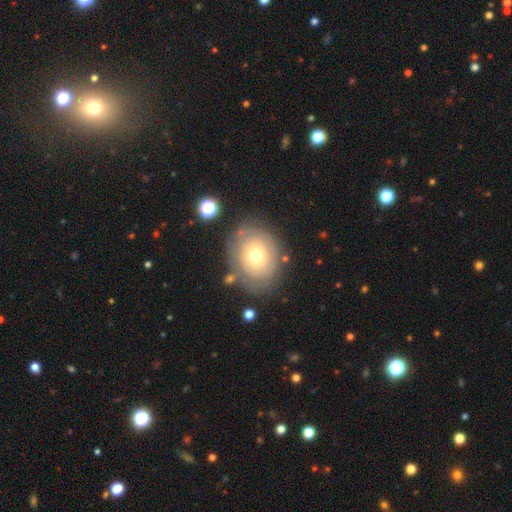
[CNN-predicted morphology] Smooth or featured?
  - smooth: 58% *
  - featured or disk: 33%
  - star or artifact: 9%
How rounded?
  - round: 53% *
  - in between: 46%
  - cigar-shaped: 1%
Merging?
  - none: 72% *
  - minor disturbance: 17%
  - major disturbance: 7%
  - merger: 4%